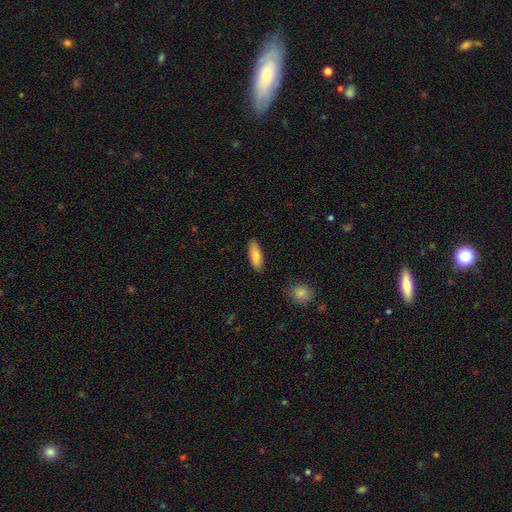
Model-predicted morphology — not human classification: smooth 83%, featured or disk 11%, star or artifact 6%. Down the decision tree: how rounded — in between (63%); merging — none (87%).